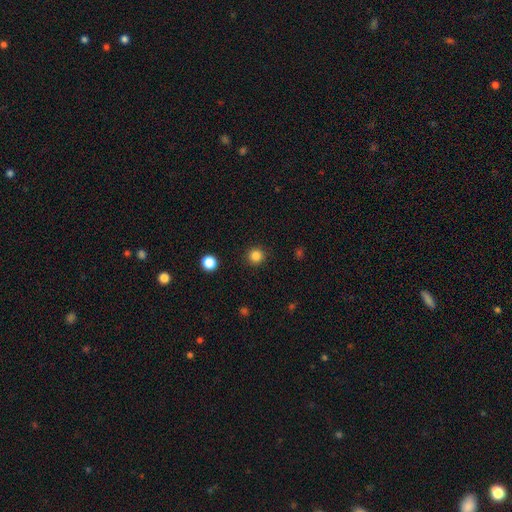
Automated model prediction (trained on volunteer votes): smooth 84%, star or artifact 13%, featured or disk 4%. Down the decision tree: how rounded — round (95%); merging — none (91%).